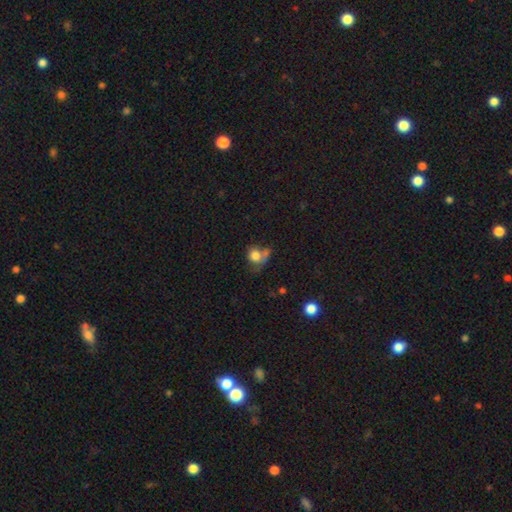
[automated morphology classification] A smooth galaxy with no disk features (77%) that is round (68%). Merging: none (35%).